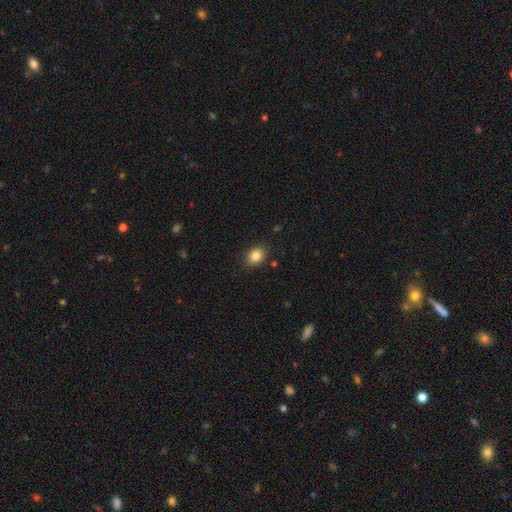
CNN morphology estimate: Overall: smooth (85%). How rounded: in between (54%; round 45%). Merging: none (86%).